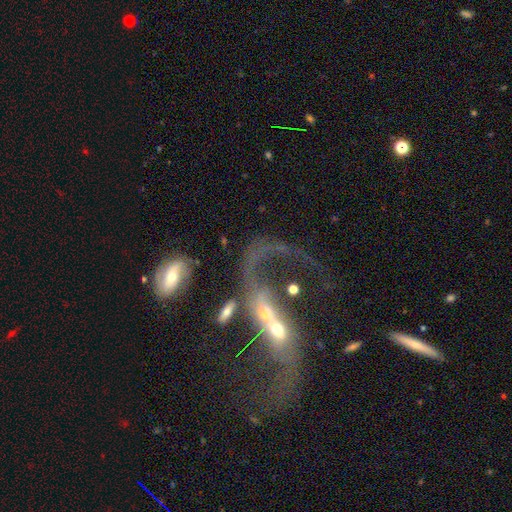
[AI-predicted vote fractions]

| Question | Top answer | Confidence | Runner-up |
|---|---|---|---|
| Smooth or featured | featured or disk | 65% | smooth (22%) |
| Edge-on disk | no | 90% | yes (10%) |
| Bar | no | 60% | weak (24%) |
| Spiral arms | yes | 59% | no (41%) |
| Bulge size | moderate | 42% | small (38%) |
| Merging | merger | 49% | major disturbance (30%) |